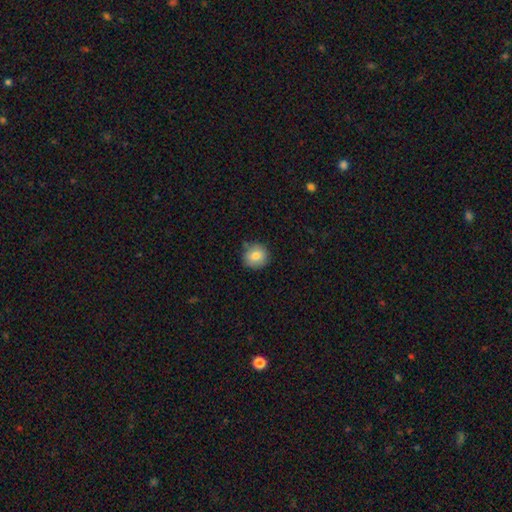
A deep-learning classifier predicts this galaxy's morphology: type=smooth (81%); roundness=round (90%); merging=none (82%).